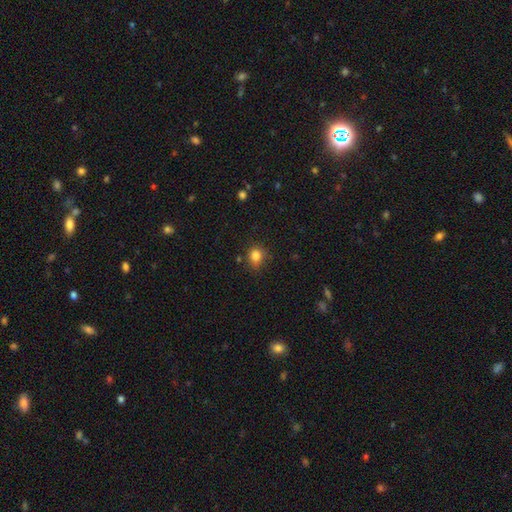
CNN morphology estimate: type=smooth (82%); roundness=round (72%); merging=none (71%).